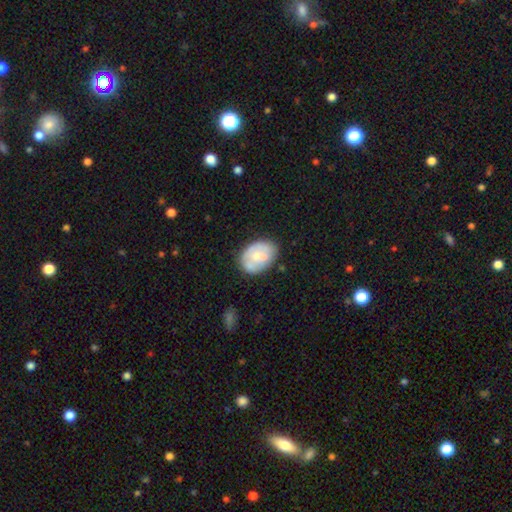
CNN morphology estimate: Smooth or featured? smooth (53%)
How rounded? in between (75%)
Merging? none (57%)